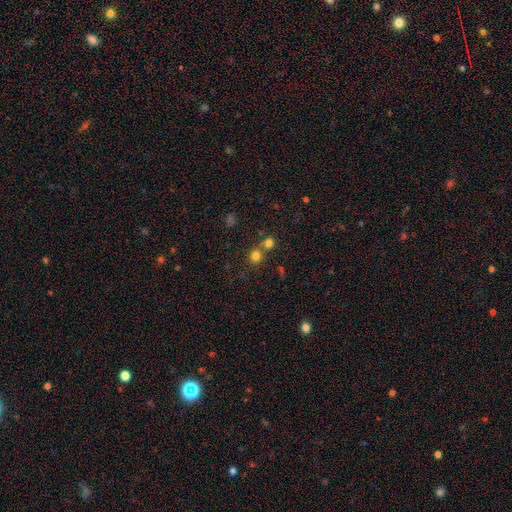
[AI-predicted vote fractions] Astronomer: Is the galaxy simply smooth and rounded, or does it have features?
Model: smooth — 77%.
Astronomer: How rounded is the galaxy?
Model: round — 90%.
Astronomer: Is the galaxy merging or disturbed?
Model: none — 60%.